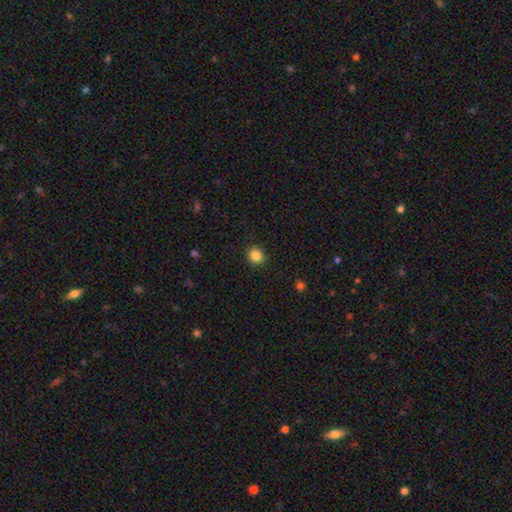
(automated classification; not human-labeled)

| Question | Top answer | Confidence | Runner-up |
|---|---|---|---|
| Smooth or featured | smooth | 85% | star or artifact (11%) |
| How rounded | round | 86% | in between (13%) |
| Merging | none | 91% | minor disturbance (6%) |